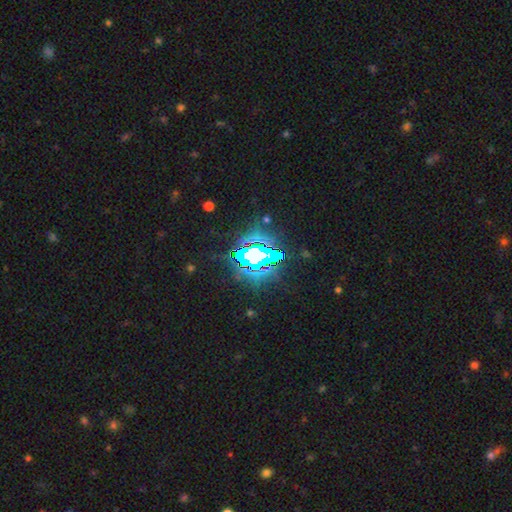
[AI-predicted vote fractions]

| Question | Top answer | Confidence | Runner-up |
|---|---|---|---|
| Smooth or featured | star or artifact | 71% | smooth (14%) |